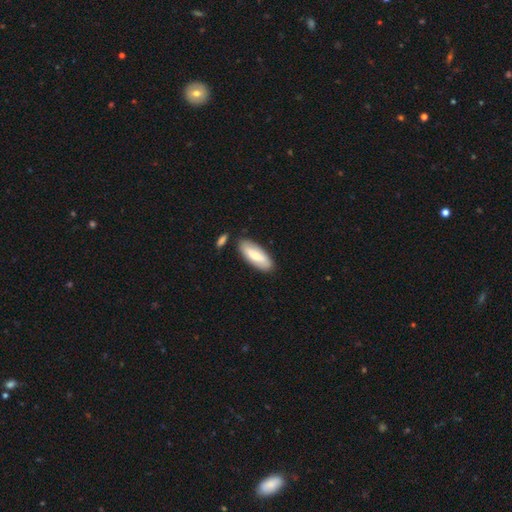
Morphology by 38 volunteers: smooth_or_featured: smooth (p=0.63) [alt: featured or disk p=0.32]
how_rounded: in between (p=0.88) [alt: cigar-shaped p=0.12]
merging: none (p=0.83) [alt: minor disturbance p=0.08]